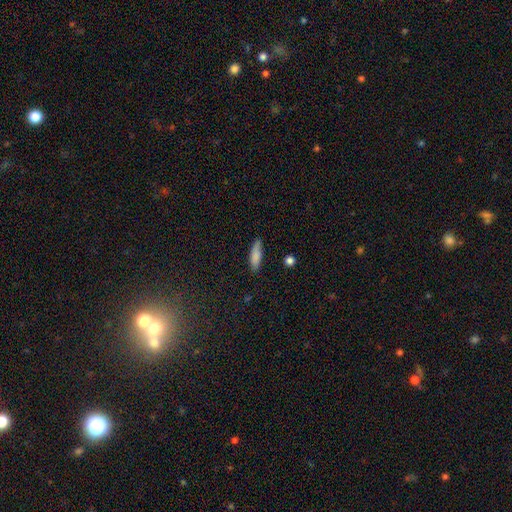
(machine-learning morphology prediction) A smooth galaxy with no disk features (83%) that is cigar-shaped (55%).

Vote fractions:
- Smooth or featured? smooth: 83% / featured or disk: 10% / star or artifact: 7%
- How rounded? cigar-shaped: 55% / in between: 43% / round: 2%
- Merging? none: 78% / minor disturbance: 17% / major disturbance: 3% / merger: 2%